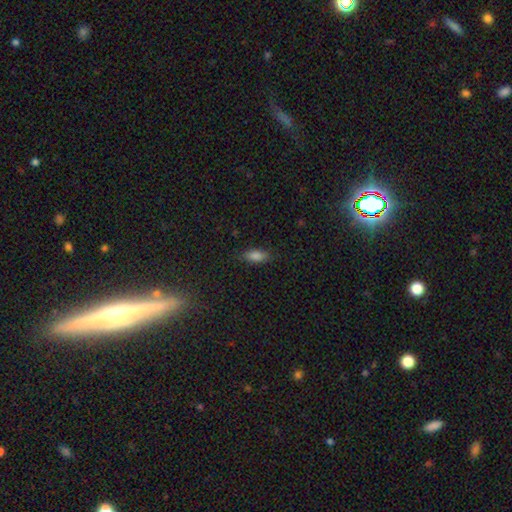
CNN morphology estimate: Smooth or featured?
  - smooth: 82% *
  - star or artifact: 10%
  - featured or disk: 8%
How rounded?
  - in between: 80% *
  - cigar-shaped: 17%
  - round: 3%
Merging?
  - none: 84% *
  - minor disturbance: 12%
  - major disturbance: 3%
  - merger: 1%